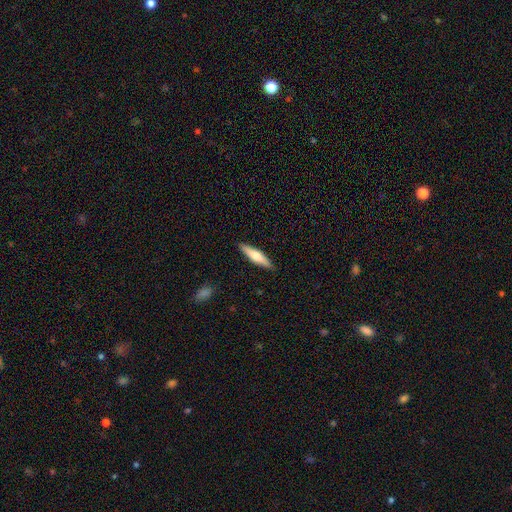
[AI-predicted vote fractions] Smooth or featured?
  - smooth: 57% *
  - featured or disk: 38%
  - star or artifact: 5%
How rounded?
  - cigar-shaped: 81% *
  - in between: 18%
  - round: 2%
Merging?
  - none: 90% *
  - minor disturbance: 7%
  - major disturbance: 2%
  - merger: 1%